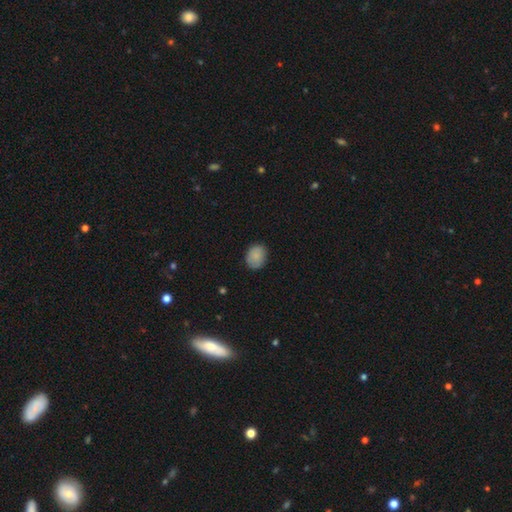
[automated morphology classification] Q: Smooth or featured?
A: smooth (86%); runner-up: star or artifact (8%)
Q: How rounded?
A: in between (51%); runner-up: round (48%)
Q: Merging?
A: none (82%); runner-up: minor disturbance (14%)